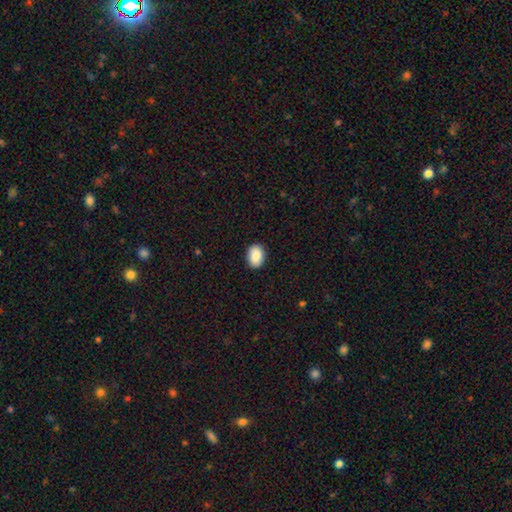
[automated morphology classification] Smooth or featured: smooth — 89% (star or artifact — 7%)
How rounded: in between — 80% (round — 19%)
Merging: none — 89% (minor disturbance — 8%)